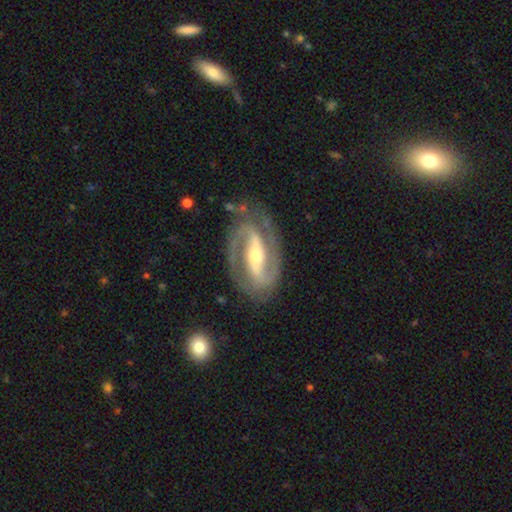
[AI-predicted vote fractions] smooth_or_featured: featured or disk (p=0.91) [alt: smooth p=0.05]
disk_edge_on: no (p=0.96) [alt: yes p=0.04]
bar: strong (p=0.67) [alt: weak p=0.22]
has_spiral_arms: yes (p=0.97) [alt: no p=0.03]
spiral_winding: medium (p=0.51) [alt: tight p=0.38]
spiral_arm_count: 2 (p=0.92) [alt: can't tell p=0.02]
bulge_size: moderate (p=0.55) [alt: small p=0.37]
merging: none (p=0.80) [alt: minor disturbance p=0.13]